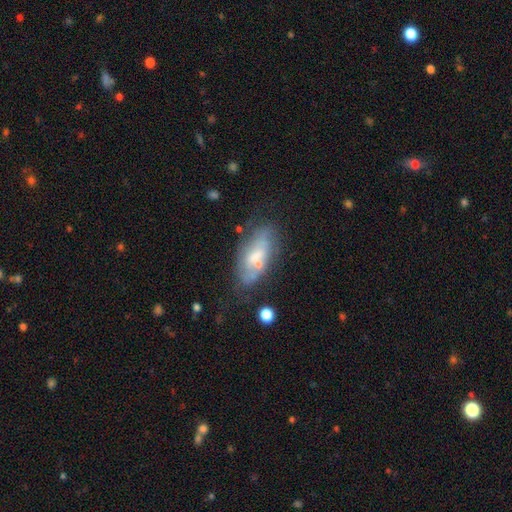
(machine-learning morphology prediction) A featured or disk galaxy (52%). Merging: none (59%).